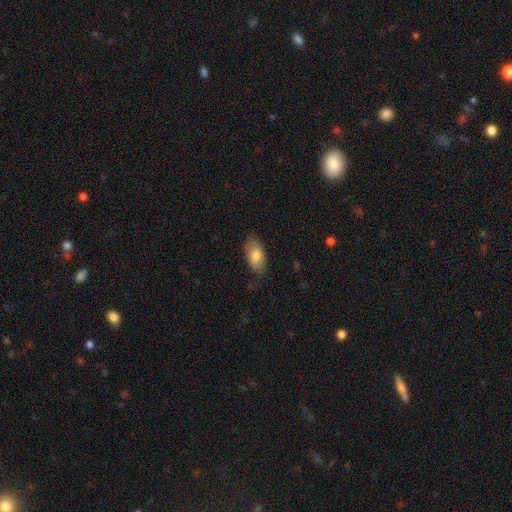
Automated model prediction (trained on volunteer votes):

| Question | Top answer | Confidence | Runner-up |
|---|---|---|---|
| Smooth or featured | smooth | 79% | featured or disk (15%) |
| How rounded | in between | 93% | cigar-shaped (4%) |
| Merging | none | 74% | minor disturbance (20%) |